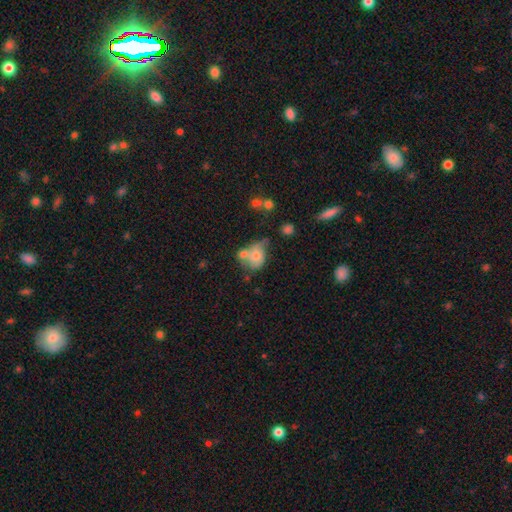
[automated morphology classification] smooth 66%, featured or disk 24%, star or artifact 10%. Down the decision tree: how rounded — in between (59%); merging — merger (46%).